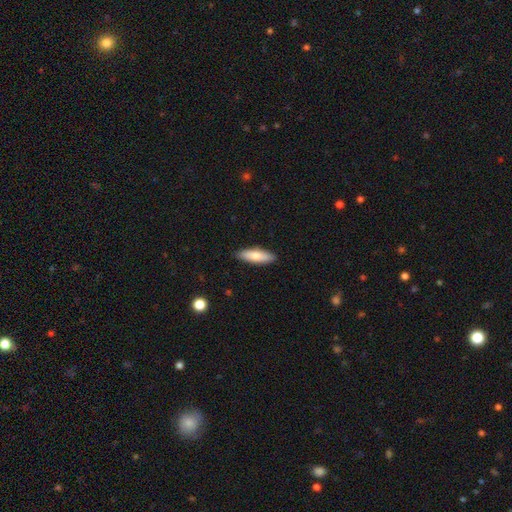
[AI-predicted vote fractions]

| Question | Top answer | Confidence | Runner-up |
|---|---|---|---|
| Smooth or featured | smooth | 76% | featured or disk (19%) |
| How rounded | cigar-shaped | 54% | in between (44%) |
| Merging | none | 89% | minor disturbance (8%) |